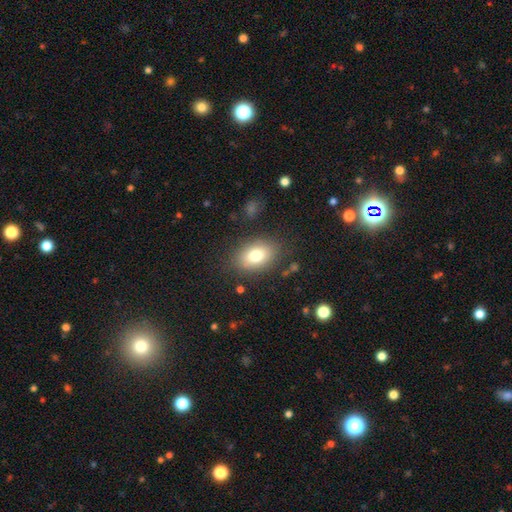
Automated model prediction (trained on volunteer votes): A smooth galaxy with no disk features (77%) that is in between round and cigar-shaped (80%). Merging: none (82%).